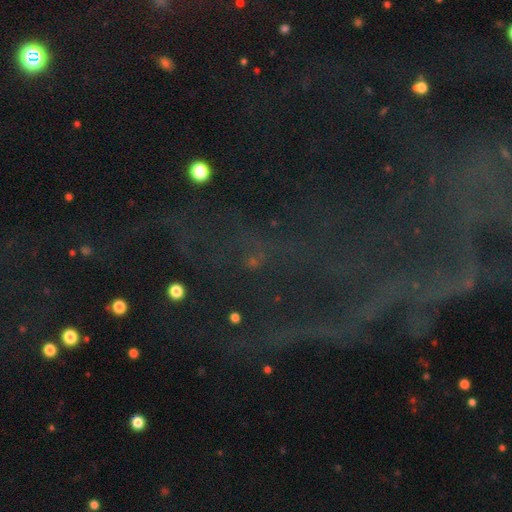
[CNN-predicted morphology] Overall: star or artifact (77%).